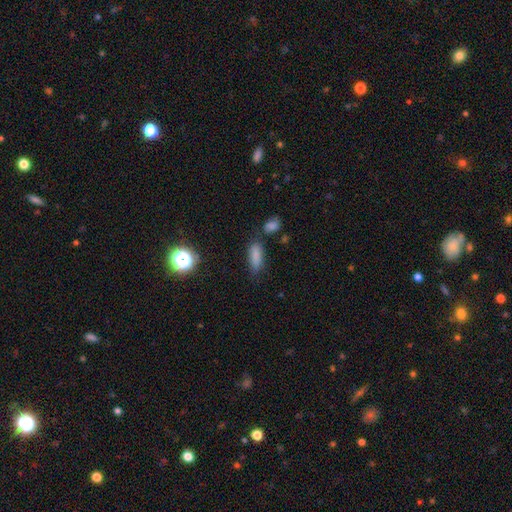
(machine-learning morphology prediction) Smooth or featured? Predicted: smooth (p=0.80). How rounded? Predicted: in between (p=0.70). Merging? Predicted: none (p=0.67).